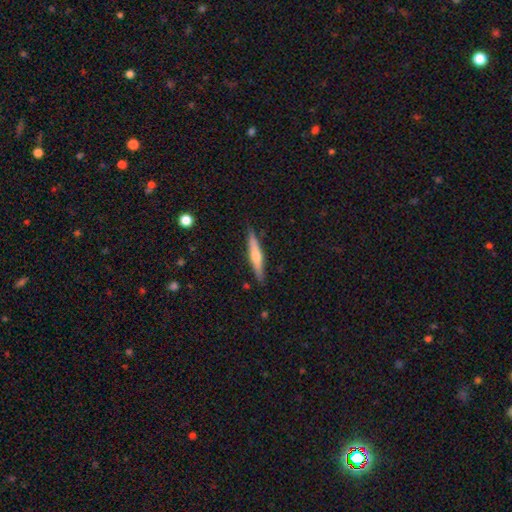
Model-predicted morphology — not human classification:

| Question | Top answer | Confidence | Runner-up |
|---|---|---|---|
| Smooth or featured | featured or disk | 55% | smooth (39%) |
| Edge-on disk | yes | 96% | no (4%) |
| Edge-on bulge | rounded | 83% | none (12%) |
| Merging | none | 88% | minor disturbance (9%) |